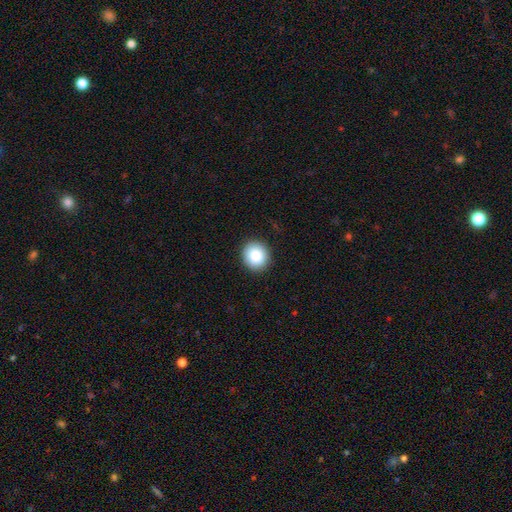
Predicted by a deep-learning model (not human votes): Q: Smooth or featured?
A: smooth (87%); runner-up: star or artifact (8%)
Q: How rounded?
A: round (85%); runner-up: in between (14%)
Q: Merging?
A: none (91%); runner-up: minor disturbance (6%)